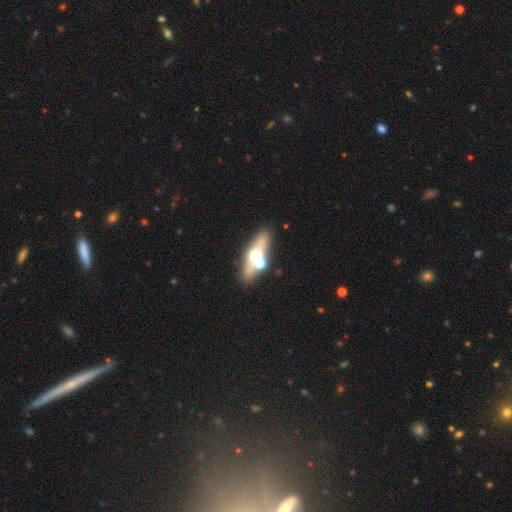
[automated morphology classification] The model was most divided on "smooth or featured": featured or disk: 48%, smooth: 41%, star or artifact: 11%. More confident: merging — none (67%).